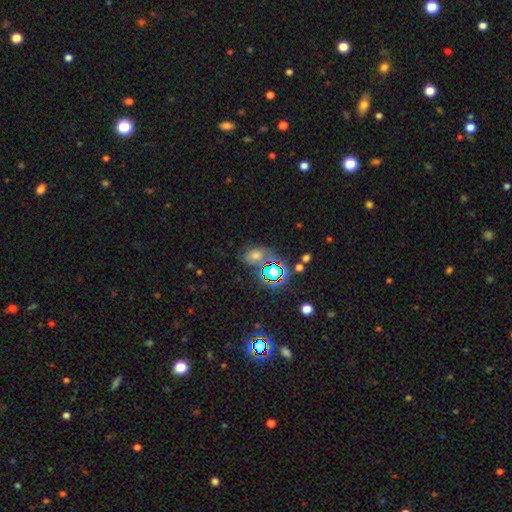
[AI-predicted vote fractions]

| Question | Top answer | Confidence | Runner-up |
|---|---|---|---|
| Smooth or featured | star or artifact | 49% | smooth (35%) |